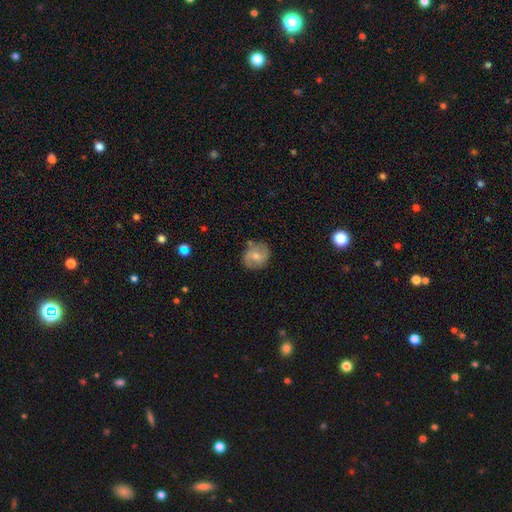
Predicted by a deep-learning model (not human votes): Smooth or featured: smooth — 51% (featured or disk — 41%)
How rounded: round — 71% (in between — 28%)
Merging: none — 76% (minor disturbance — 17%)